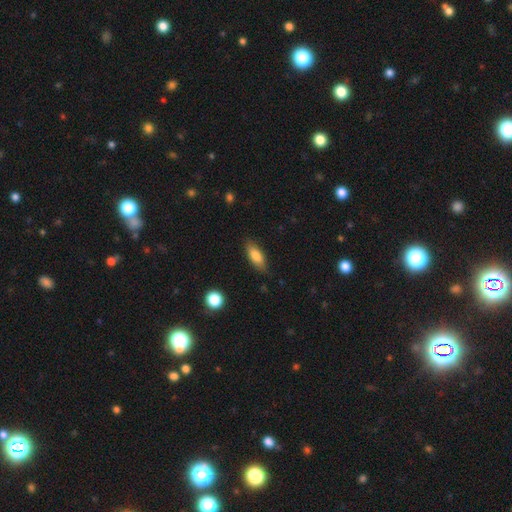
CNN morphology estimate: smooth_or_featured: smooth (p=0.81) [alt: featured or disk p=0.13]
how_rounded: in between (p=0.72) [alt: cigar-shaped p=0.25]
merging: none (p=0.83) [alt: minor disturbance p=0.13]